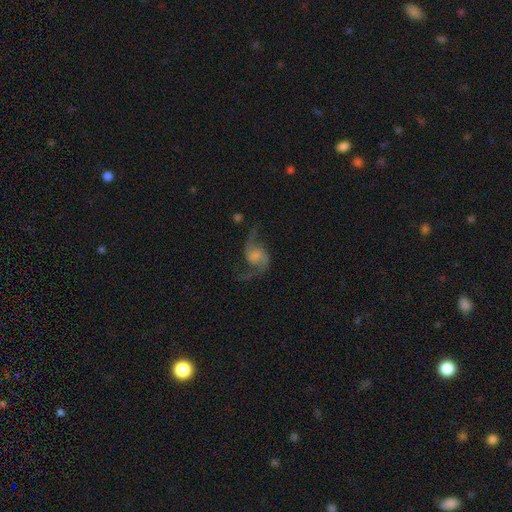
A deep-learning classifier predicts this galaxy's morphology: Smooth or featured? featured or disk (86%)
Edge-on disk? no (98%)
Bar? no (57%)
Spiral arms? yes (97%)
Spiral winding? loose (74%)
Spiral arm count? 2 (94%)
Bulge size? none (40%)
Merging? none (69%)